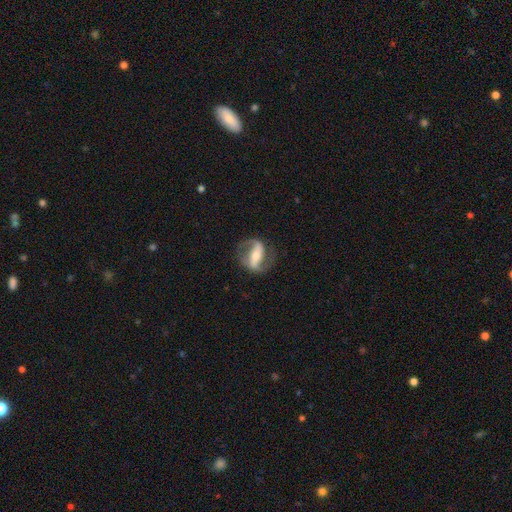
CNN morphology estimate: This appears to be a featured or disk galaxy (83%) with a strong bar (64%), 2 (89%) medium (42%) spiral arms (90%) and a moderate central bulge (51%). Merging: none (76%).